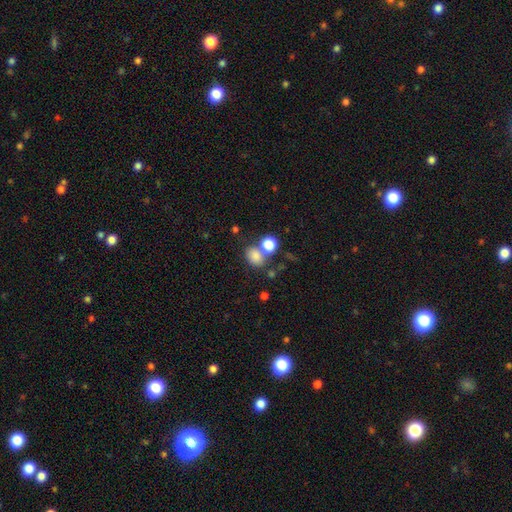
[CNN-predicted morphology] Q: Smooth or featured?
A: smooth (79%); runner-up: star or artifact (13%)
Q: How rounded?
A: in between (57%); runner-up: round (42%)
Q: Merging?
A: none (51%); runner-up: merger (32%)